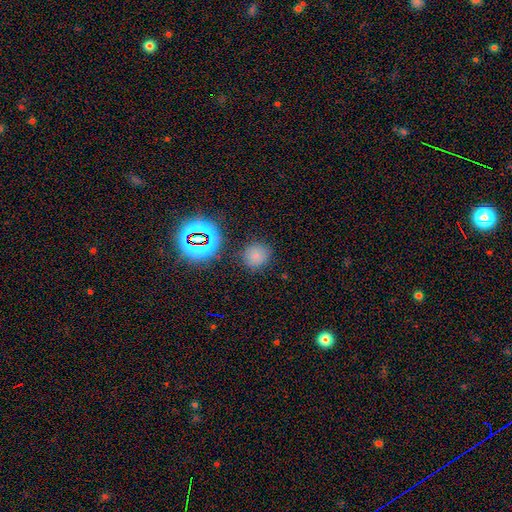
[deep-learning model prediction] A smooth galaxy with no disk features (69%) that is round (86%). Merging: none (84%).